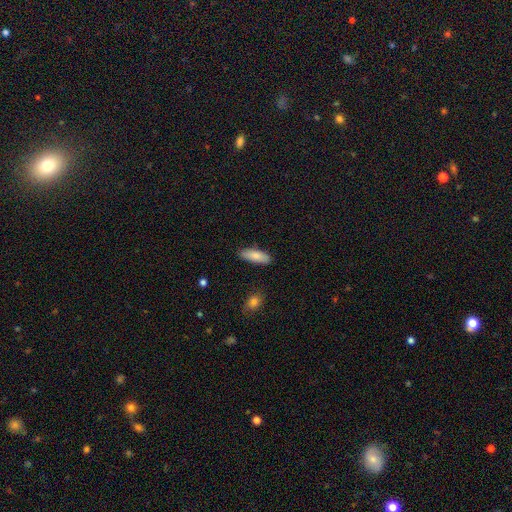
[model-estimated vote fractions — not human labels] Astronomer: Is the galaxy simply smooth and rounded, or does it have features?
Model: smooth — 83%.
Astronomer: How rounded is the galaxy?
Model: in between — 65%.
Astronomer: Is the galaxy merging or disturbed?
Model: none — 86%.